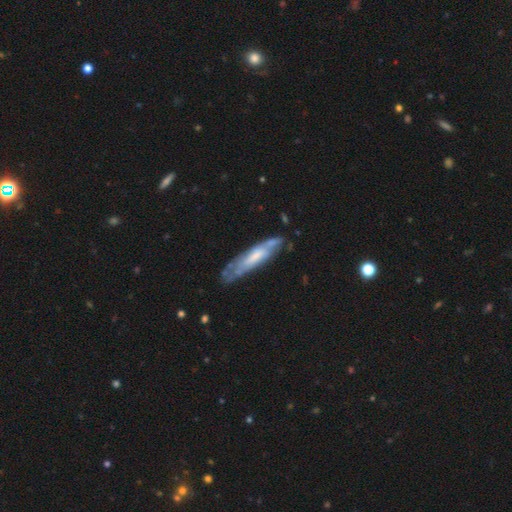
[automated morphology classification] Q: Smooth or featured?
A: featured or disk (57%); runner-up: smooth (36%)
Q: Edge-on disk?
A: no (50%); tied with: yes (50%)
Q: Merging?
A: none (62%); runner-up: minor disturbance (24%)